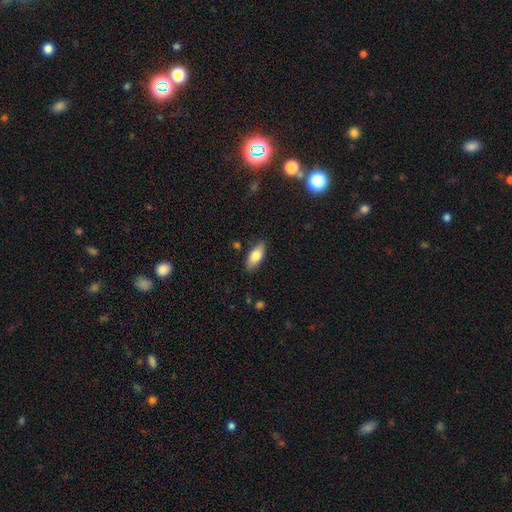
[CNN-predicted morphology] smooth_or_featured: smooth (p=0.79) [alt: featured or disk p=0.14]
how_rounded: in between (p=0.83) [alt: cigar-shaped p=0.15]
merging: none (p=0.84) [alt: minor disturbance p=0.12]